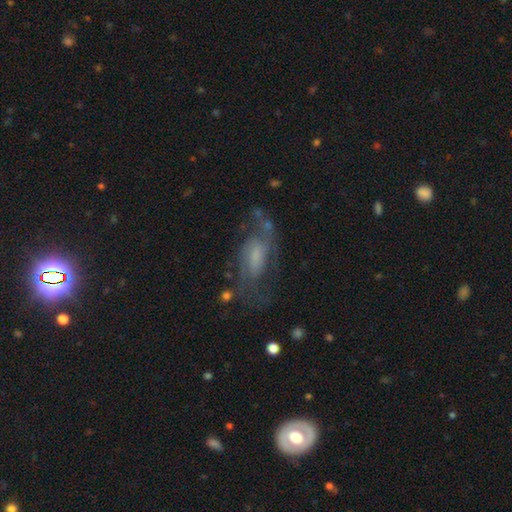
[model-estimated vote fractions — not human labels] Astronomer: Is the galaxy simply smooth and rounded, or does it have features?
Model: featured or disk — 74%.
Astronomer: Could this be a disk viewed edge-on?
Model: no — 95%.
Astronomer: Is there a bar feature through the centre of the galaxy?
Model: no — 45% (runner-up: weak, 43%).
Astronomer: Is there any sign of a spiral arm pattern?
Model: yes — 88%.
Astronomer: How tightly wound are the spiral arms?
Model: medium — 49% (runner-up: loose, 26%).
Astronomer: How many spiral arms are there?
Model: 2 — 63%.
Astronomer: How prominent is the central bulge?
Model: small — 36% (runner-up: moderate, 27%).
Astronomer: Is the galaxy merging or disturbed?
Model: none — 58%.